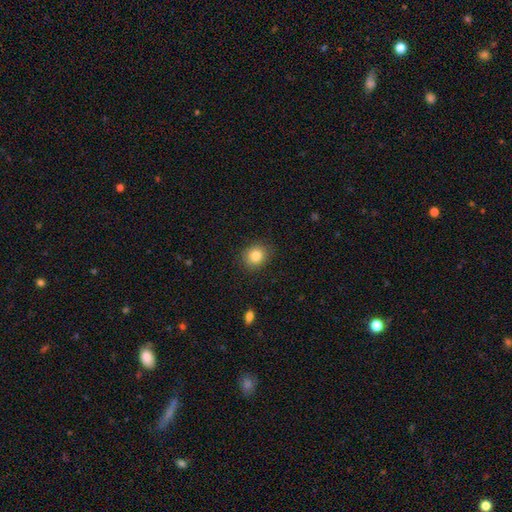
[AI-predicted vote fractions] Smooth or featured? smooth (83%)
How rounded? round (73%)
Merging? none (88%)